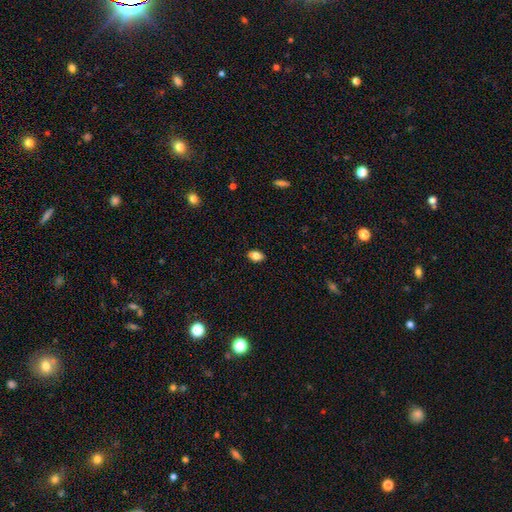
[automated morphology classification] Smooth or featured: smooth — 84% (star or artifact — 9%)
How rounded: in between — 90% (round — 8%)
Merging: none — 89% (minor disturbance — 9%)